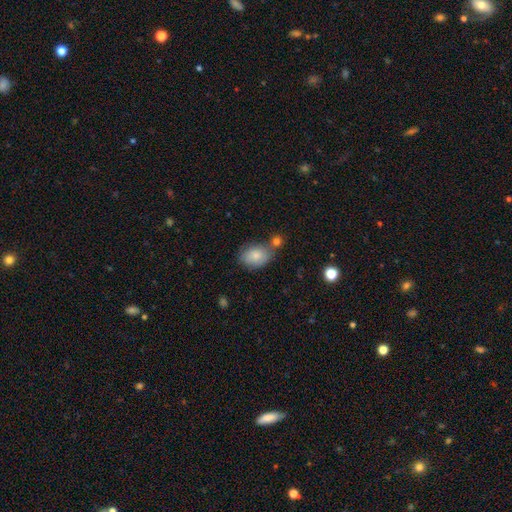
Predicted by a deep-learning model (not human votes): Smooth or featured? smooth (82%)
How rounded? in between (80%)
Merging? none (53%)